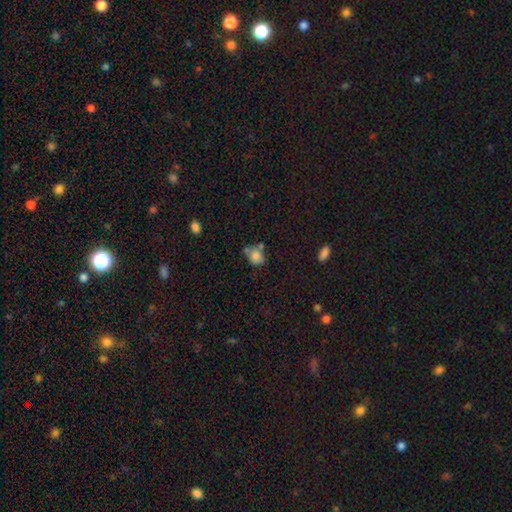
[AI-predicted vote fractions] Q: Smooth or featured?
A: smooth (78%); runner-up: featured or disk (11%)
Q: How rounded?
A: round (63%); runner-up: in between (36%)
Q: Merging?
A: none (53%); runner-up: merger (22%)